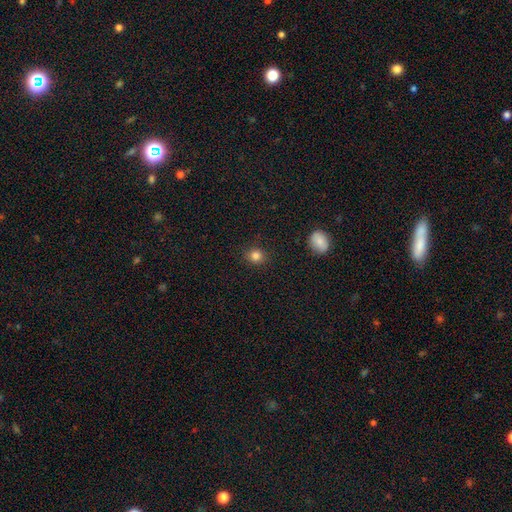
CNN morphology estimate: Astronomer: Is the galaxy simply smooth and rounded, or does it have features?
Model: smooth — 82%.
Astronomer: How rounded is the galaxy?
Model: round — 86%.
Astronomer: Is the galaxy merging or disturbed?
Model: none — 90%.